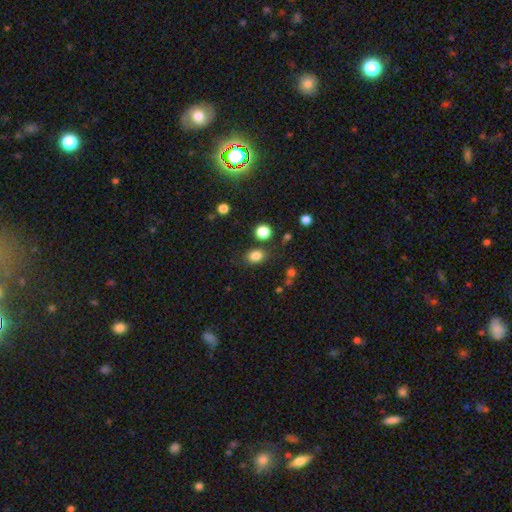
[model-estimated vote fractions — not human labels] Smooth or featured? smooth (82%)
How rounded? in between (55%)
Merging? none (76%)